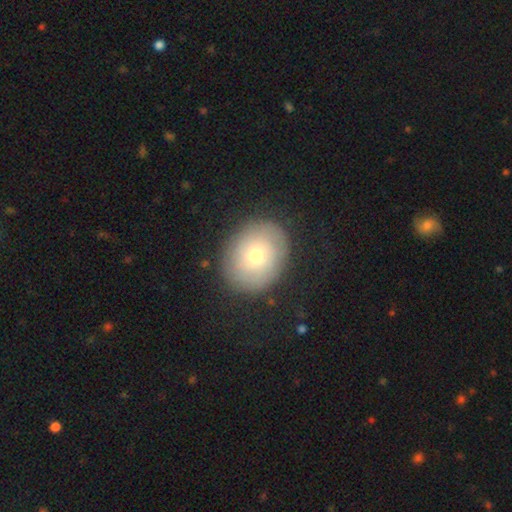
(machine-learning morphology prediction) Smooth or featured: smooth — 63% (featured or disk — 28%)
How rounded: round — 55% (in between — 44%)
Merging: none — 83% (minor disturbance — 12%)